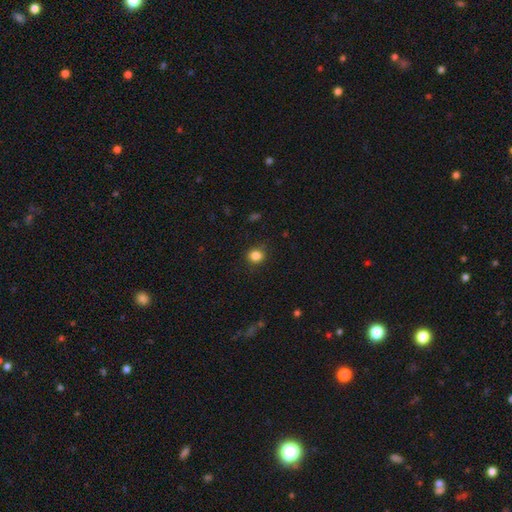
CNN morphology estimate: Smooth or featured: smooth — 85% (star or artifact — 11%)
How rounded: round — 84% (in between — 15%)
Merging: none — 87% (minor disturbance — 10%)